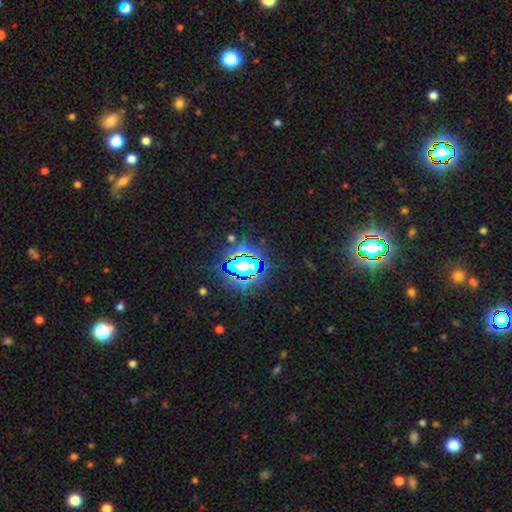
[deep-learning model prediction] This is clearly a star or artifact rather than a galaxy (84%).